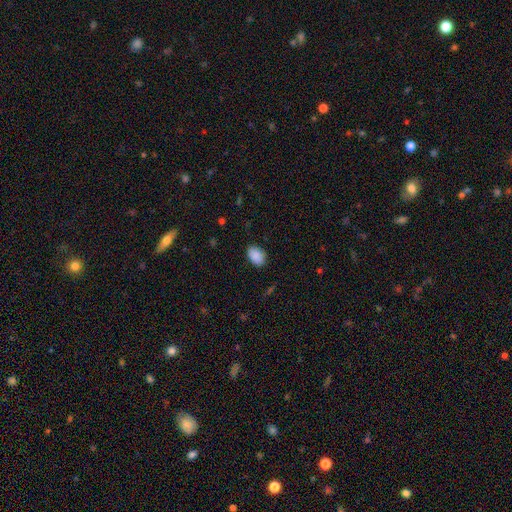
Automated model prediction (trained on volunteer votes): The model was most divided on "merging": none: 83%, minor disturbance: 14%, major disturbance: 3%, merger: 1%. More confident: smooth or featured — smooth (89%); how rounded — in between (86%).